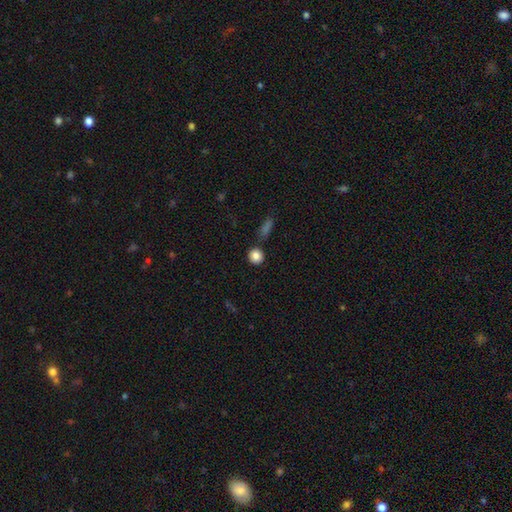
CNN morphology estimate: Overall: smooth (85%). How rounded: round (89%). Merging: none (82%).